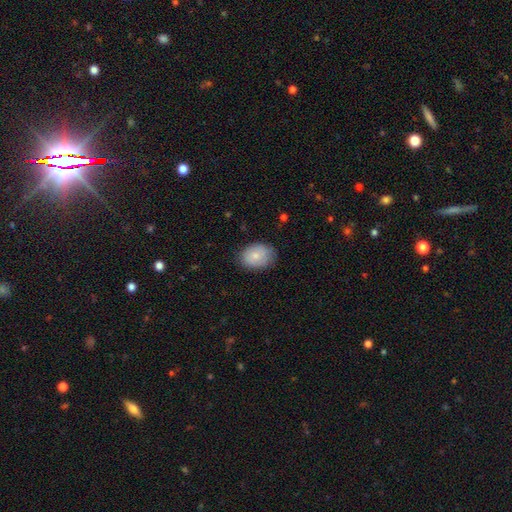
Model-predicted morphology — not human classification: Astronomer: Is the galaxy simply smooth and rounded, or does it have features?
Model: smooth — 80%.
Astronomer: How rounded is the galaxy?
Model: in between — 67%.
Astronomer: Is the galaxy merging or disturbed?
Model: none — 75%.